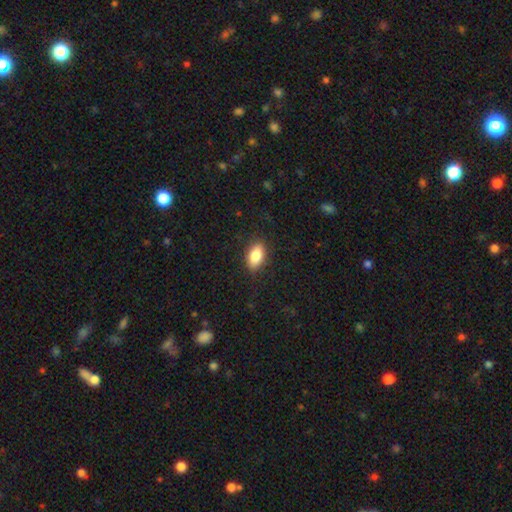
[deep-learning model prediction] Overall: smooth (85%). How rounded: in between (91%). Merging: none (86%).